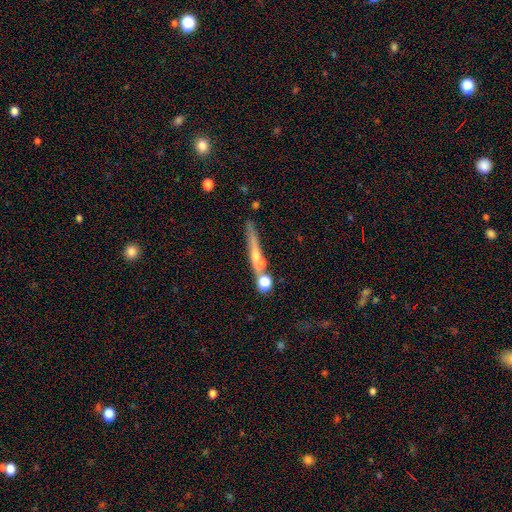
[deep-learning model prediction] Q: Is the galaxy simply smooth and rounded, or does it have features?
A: featured or disk — 46%.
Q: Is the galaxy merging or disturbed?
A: none — 75%.